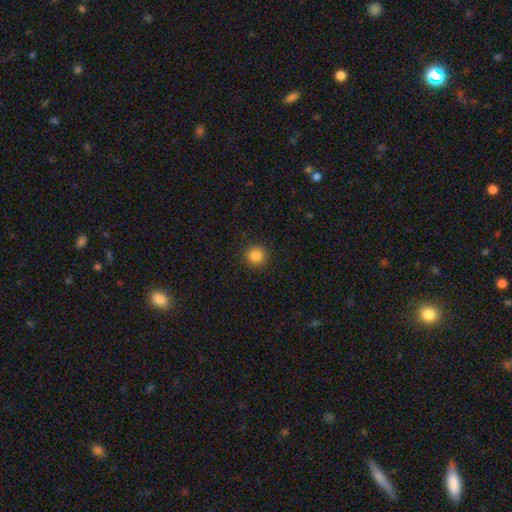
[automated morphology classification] smooth-or-featured: smooth: 85% | star or artifact: 11% | featured or disk: 4%
  how-rounded: round: 94% | in between: 5% | cigar-shaped: 1%
  merging: none: 91% | minor disturbance: 6% | major disturbance: 2% | merger: 1%